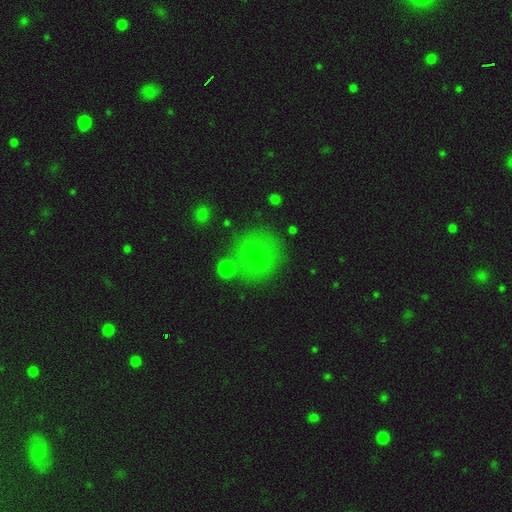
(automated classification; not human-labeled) Smooth or featured?
  - smooth: 56% *
  - featured or disk: 30%
  - star or artifact: 14%
How rounded?
  - round: 81% *
  - in between: 18%
  - cigar-shaped: 1%
Merging?
  - none: 73% *
  - minor disturbance: 13%
  - merger: 9%
  - major disturbance: 5%